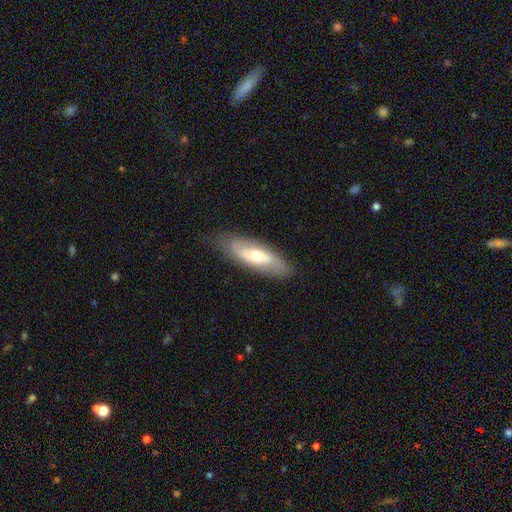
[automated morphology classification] smooth_or_featured: featured or disk (p=0.56) [alt: smooth p=0.38]
disk_edge_on: no (p=0.74) [alt: yes p=0.26]
merging: none (p=0.79) [alt: minor disturbance p=0.15]